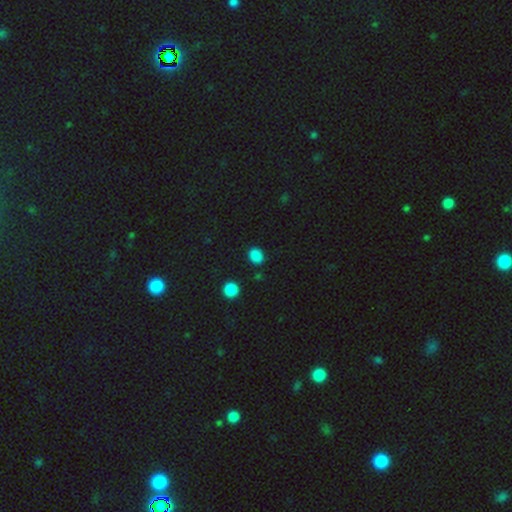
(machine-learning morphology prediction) A smooth galaxy with no disk features (85%) that is in between round and cigar-shaped (58%). Merging: none (86%).